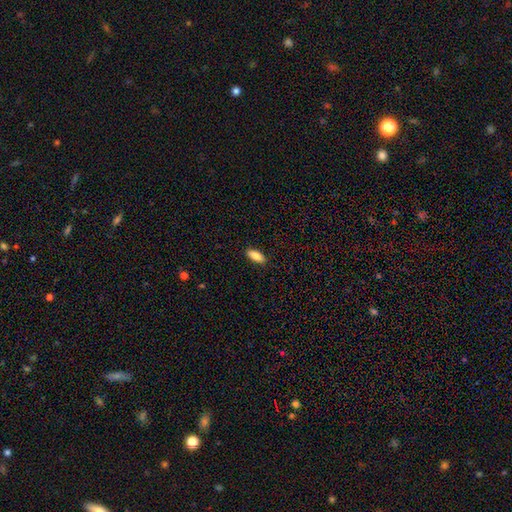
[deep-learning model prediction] smooth 84%, featured or disk 9%, star or artifact 7%. Down the decision tree: how rounded — in between (76%); merging — none (88%).